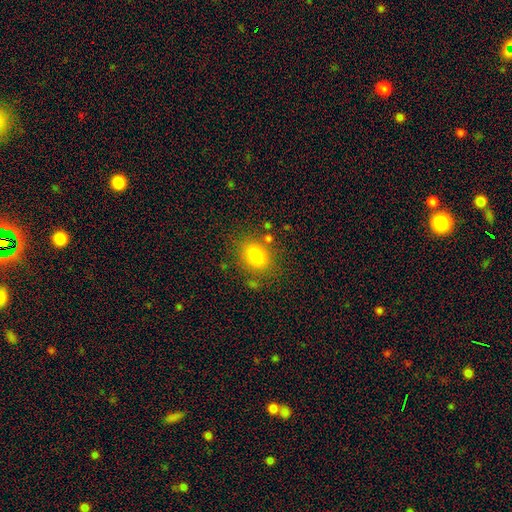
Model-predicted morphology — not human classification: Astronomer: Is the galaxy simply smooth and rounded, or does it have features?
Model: smooth — 80%.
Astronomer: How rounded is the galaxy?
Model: round — 53% (runner-up: in between, 46%).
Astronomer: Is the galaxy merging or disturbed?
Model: none — 78%.